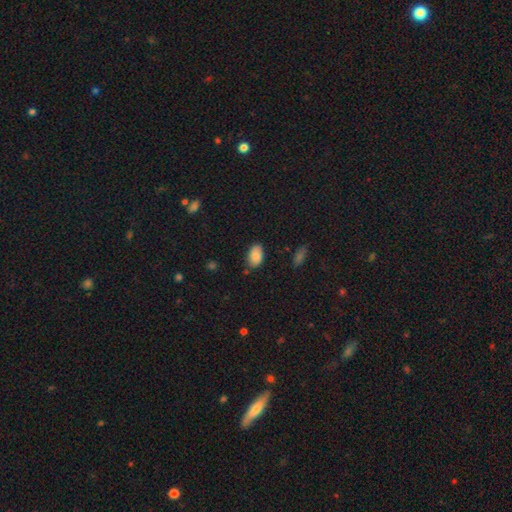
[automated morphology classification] smooth 85%, star or artifact 8%, featured or disk 8%. Down the decision tree: how rounded — in between (91%); merging — none (79%).